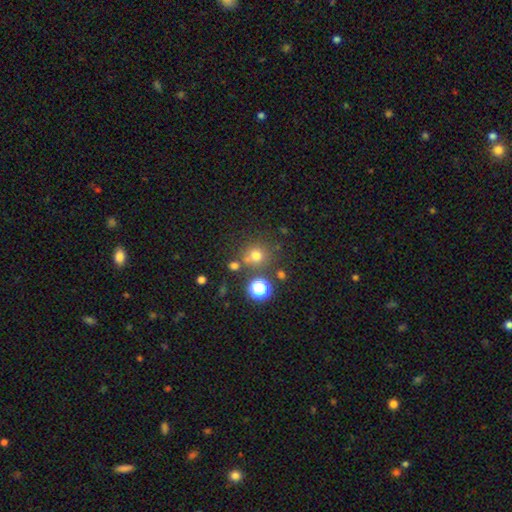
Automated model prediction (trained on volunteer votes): smooth_or_featured: smooth (p=0.69) [alt: star or artifact p=0.22]
how_rounded: round (p=0.87) [alt: in between p=0.12]
merging: none (p=0.70) [alt: merger p=0.13]